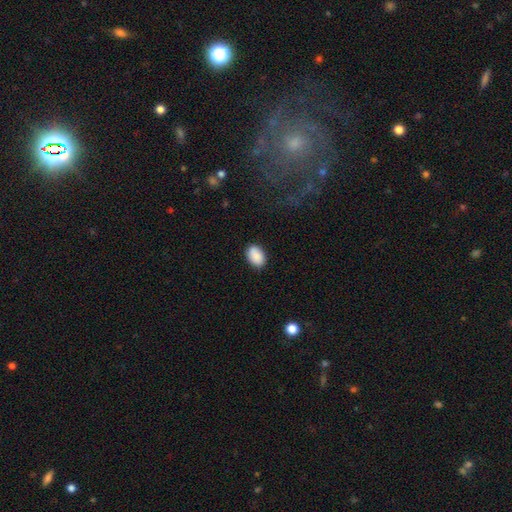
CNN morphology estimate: type=smooth (89%); roundness=in between (84%); merging=none (84%).